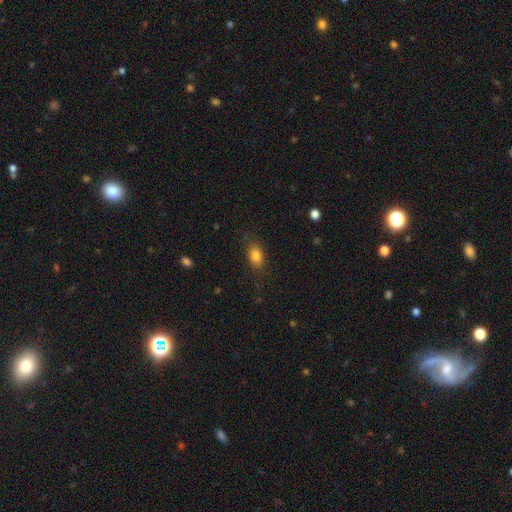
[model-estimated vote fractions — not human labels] Q: Smooth or featured?
A: smooth (82%); runner-up: star or artifact (9%)
Q: How rounded?
A: in between (84%); runner-up: round (13%)
Q: Merging?
A: none (80%); runner-up: minor disturbance (14%)